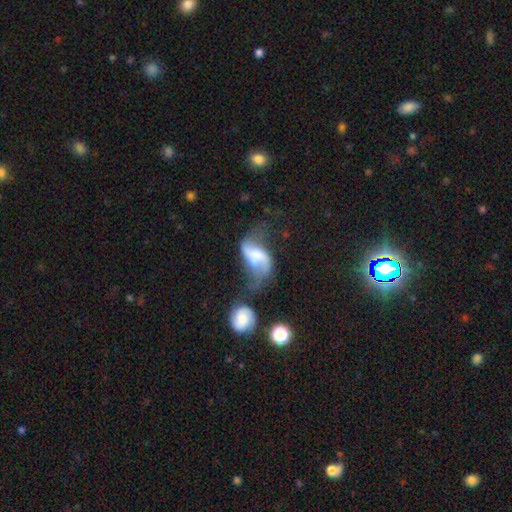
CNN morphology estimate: A featured or disk galaxy (78%) with a weak bar (41%), 2 (89%) loose (79%) spiral arms (89%) and no central bulge (36%).

Vote fractions:
- Smooth or featured? featured or disk: 78% / smooth: 15% / star or artifact: 7%
- Edge-on disk? no: 97% / yes: 3%
- Bar? weak: 41% / no: 40% / strong: 19%
- Spiral arms? yes: 89% / no: 11%
- Spiral winding? loose: 79% / medium: 17% / tight: 4%
- Spiral arm count? 2: 89% / 1: 5% / can't tell: 3% / 3: 1% / 4: 1% / more than 4: 1%
- Bulge size? none: 36% / small: 26% / moderate: 24% / large: 11% / dominant: 3%
- Merging? none: 30% / major disturbance: 27% / merger: 24% / minor disturbance: 19%